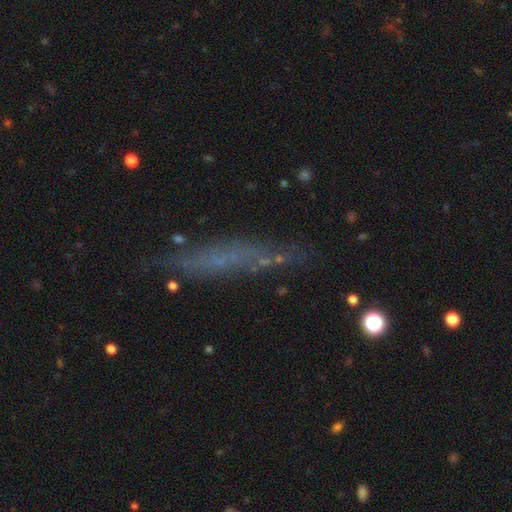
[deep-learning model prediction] Smooth or featured? Predicted: featured or disk (p=0.42). Merging? Predicted: none (p=0.68).